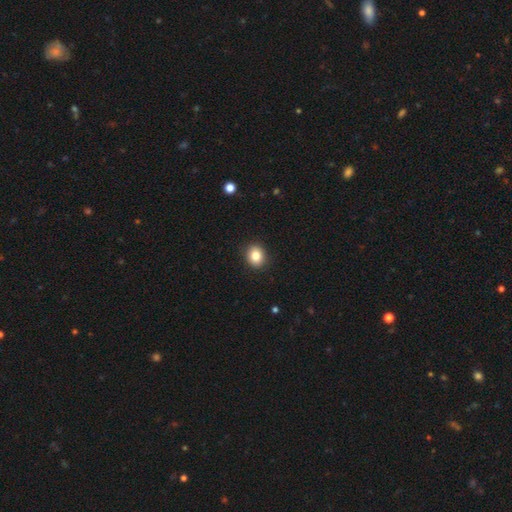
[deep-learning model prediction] smooth 83%, star or artifact 10%, featured or disk 7%. Down the decision tree: how rounded — round (66%); merging — none (91%).